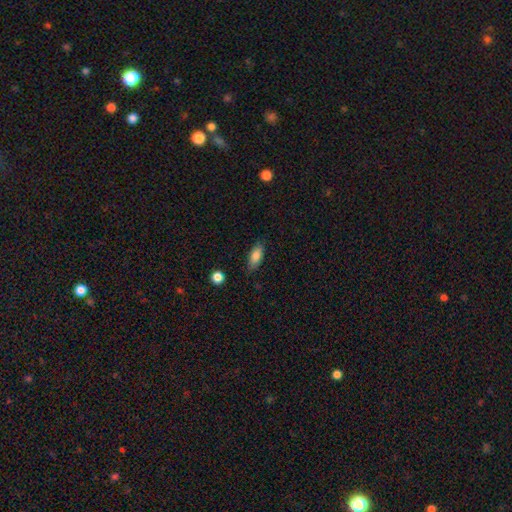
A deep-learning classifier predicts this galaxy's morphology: Overall: smooth (85%). How rounded: in between (79%). Merging: none (82%).